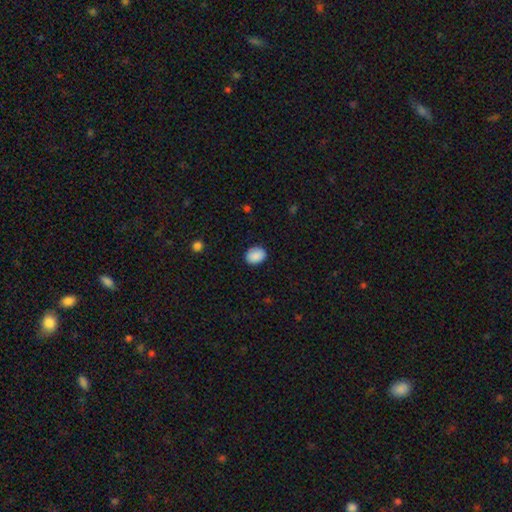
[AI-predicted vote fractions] Smooth or featured?
  - smooth: 89% *
  - star or artifact: 7%
  - featured or disk: 3%
How rounded?
  - in between: 58% *
  - round: 42%
  - cigar-shaped: 1%
Merging?
  - none: 85% *
  - minor disturbance: 12%
  - major disturbance: 2%
  - merger: 1%